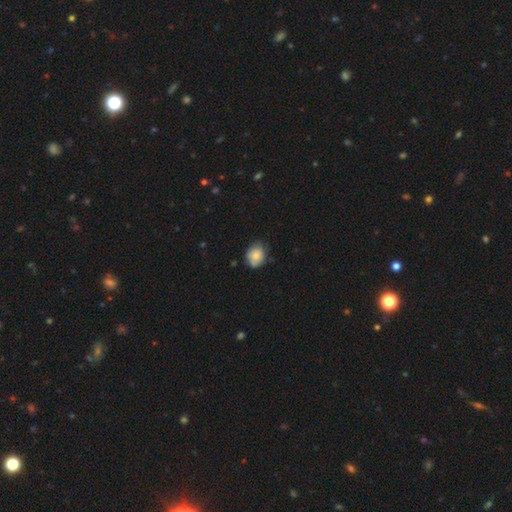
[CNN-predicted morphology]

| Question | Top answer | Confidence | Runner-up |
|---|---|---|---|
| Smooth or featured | smooth | 80% | featured or disk (12%) |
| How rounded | in between | 50% | round (49%) |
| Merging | none | 67% | minor disturbance (27%) |